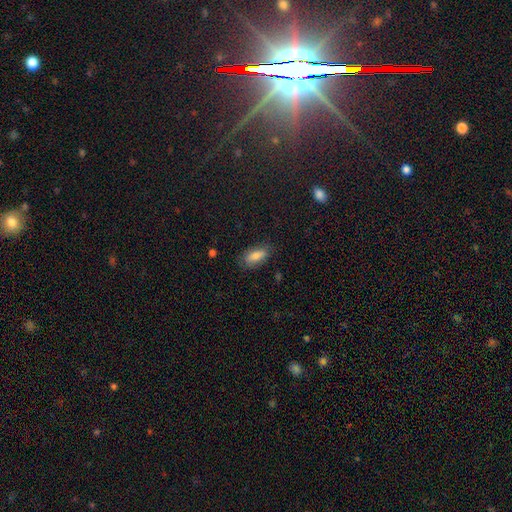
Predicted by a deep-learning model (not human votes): Q: Smooth or featured?
A: smooth (80%); runner-up: featured or disk (11%)
Q: How rounded?
A: in between (80%); runner-up: cigar-shaped (16%)
Q: Merging?
A: none (77%); runner-up: minor disturbance (17%)